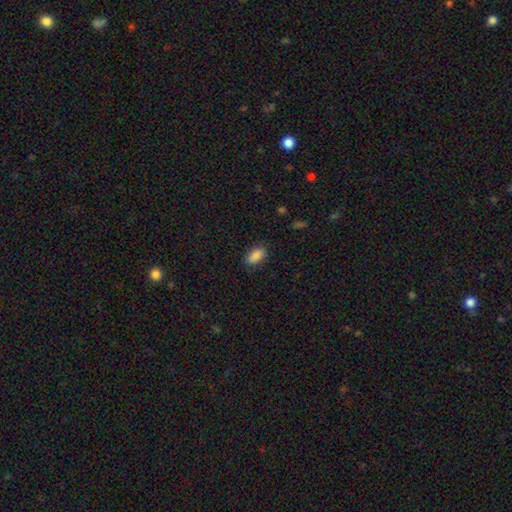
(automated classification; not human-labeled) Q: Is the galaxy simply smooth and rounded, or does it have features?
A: smooth — 88%.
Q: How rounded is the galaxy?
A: in between — 91%.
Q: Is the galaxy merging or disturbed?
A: none — 86%.